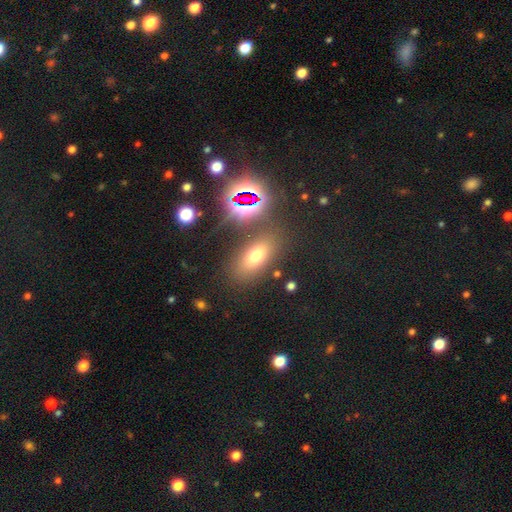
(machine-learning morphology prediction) A smooth galaxy with no disk features (65%) that is in between round and cigar-shaped (80%).

Vote fractions:
- Smooth or featured? smooth: 65% / star or artifact: 21% / featured or disk: 15%
- How rounded? in between: 80% / round: 11% / cigar-shaped: 9%
- Merging? none: 78% / minor disturbance: 11% / major disturbance: 6% / merger: 5%